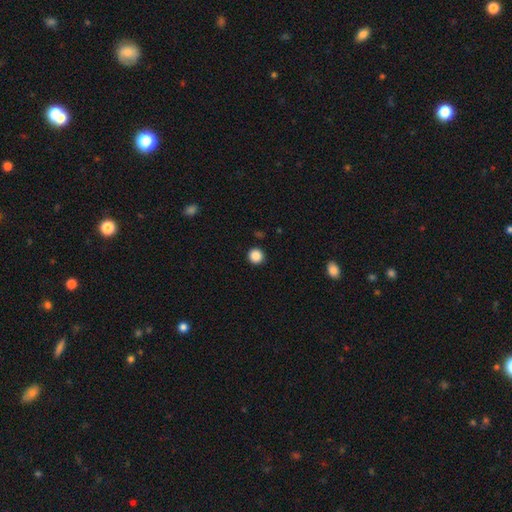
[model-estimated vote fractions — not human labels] Overall: smooth (88%). How rounded: round (95%). Merging: none (93%).